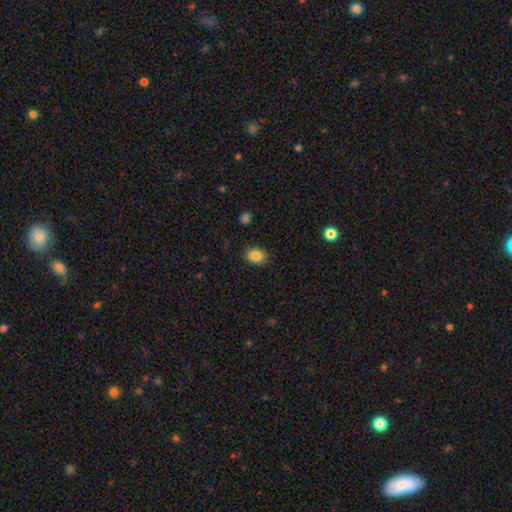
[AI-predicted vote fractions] Smooth or featured? Predicted: smooth (p=0.85). How rounded? Predicted: in between (p=0.70). Merging? Predicted: none (p=0.87).